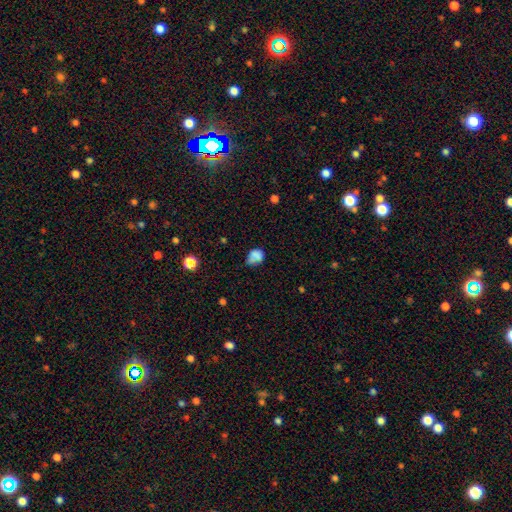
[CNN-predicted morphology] Smooth or featured? smooth (77%)
How rounded? in between (52%)
Merging? minor disturbance (39%)